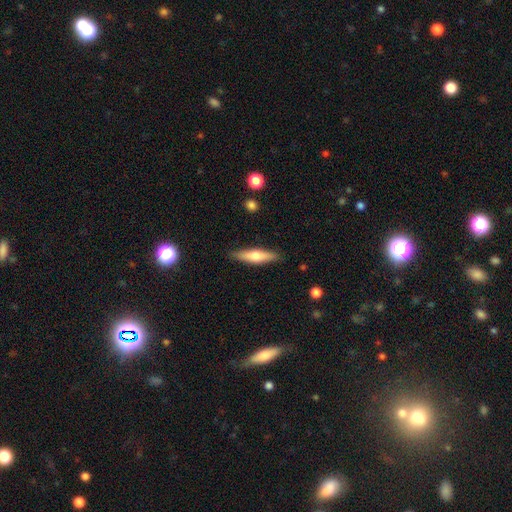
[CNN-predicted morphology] Overall: smooth (55%; featured or disk 39%). How rounded: cigar-shaped (75%). Merging: none (88%).